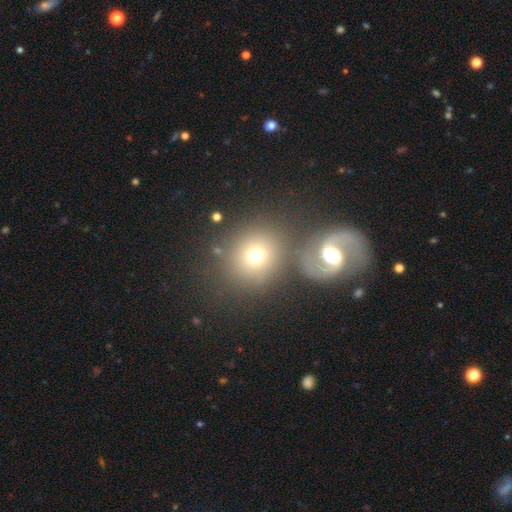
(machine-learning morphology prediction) Q: Smooth or featured?
A: smooth (65%); runner-up: featured or disk (24%)
Q: How rounded?
A: round (80%); runner-up: in between (19%)
Q: Merging?
A: none (61%); runner-up: merger (24%)